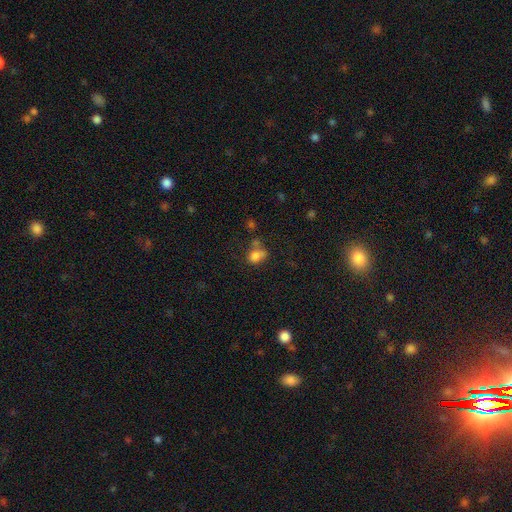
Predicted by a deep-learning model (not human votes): smooth 76%, star or artifact 13%, featured or disk 11%. Down the decision tree: how rounded — in between (51%); merging — none (36%).